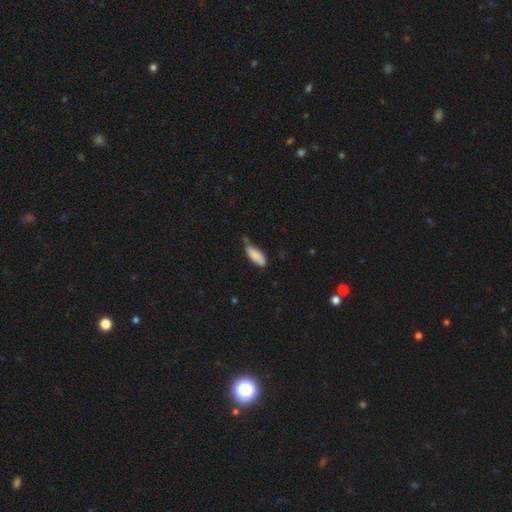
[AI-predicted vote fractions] smooth-or-featured: smooth: 85% | featured or disk: 9% | star or artifact: 7%
  how-rounded: in between: 72% | cigar-shaped: 26% | round: 2%
  merging: none: 52% | minor disturbance: 33% | merger: 8% | major disturbance: 6%